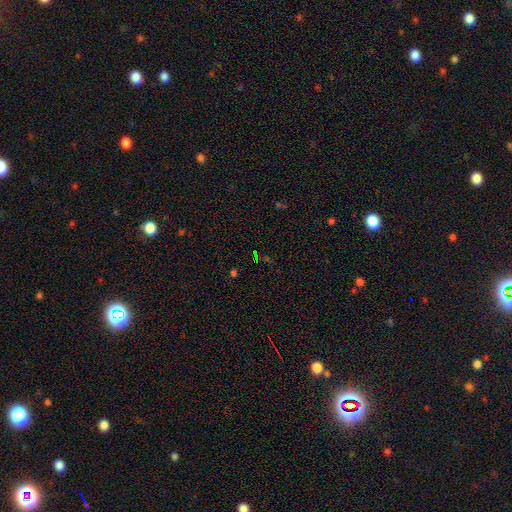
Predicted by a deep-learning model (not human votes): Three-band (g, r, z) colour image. It shows a star or artifact, not a galaxy (70%).